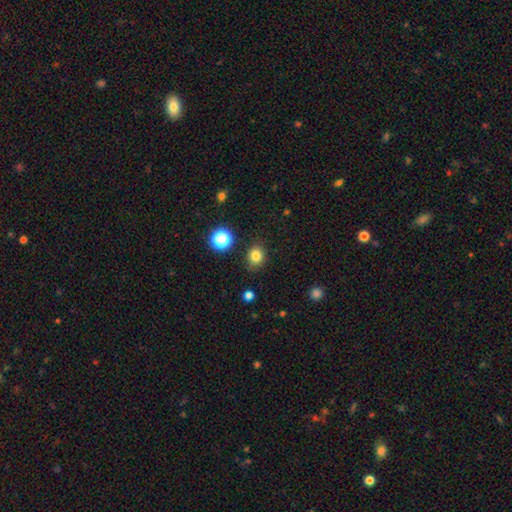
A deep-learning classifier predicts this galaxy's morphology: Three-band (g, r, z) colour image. It shows a smooth galaxy with no disk features (81%) that is round (70%). Merging: none (84%).